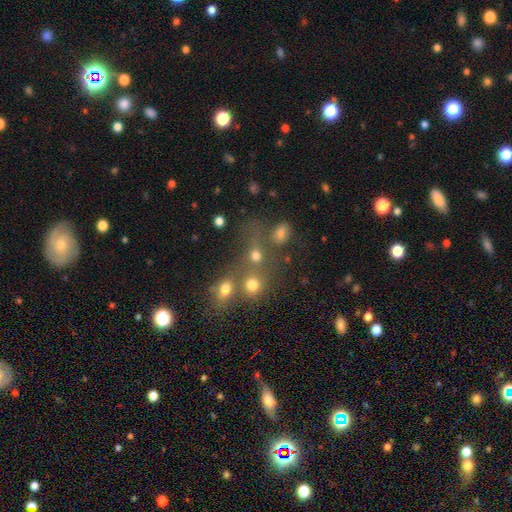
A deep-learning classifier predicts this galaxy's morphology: Smooth or featured?
  - smooth: 69% *
  - star or artifact: 18%
  - featured or disk: 12%
How rounded?
  - round: 67% *
  - in between: 31%
  - cigar-shaped: 2%
Merging?
  - merger: 42% *
  - none: 41%
  - minor disturbance: 9%
  - major disturbance: 8%